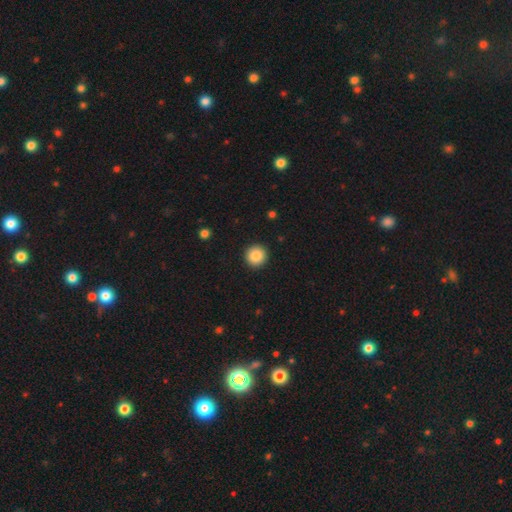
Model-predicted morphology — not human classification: type=smooth (87%); roundness=round (96%); merging=none (93%).